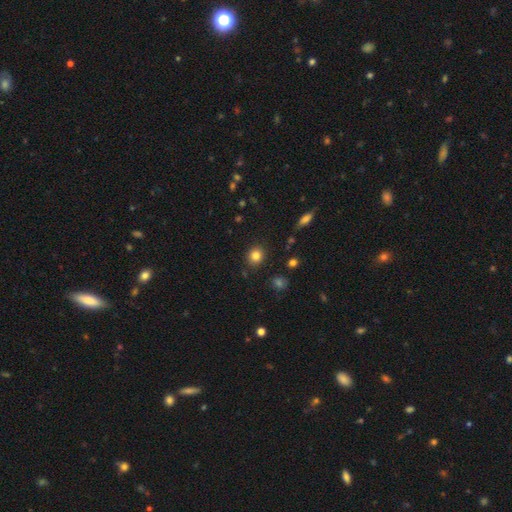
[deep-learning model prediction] Smooth or featured? Predicted: smooth (p=0.83). How rounded? Predicted: round (p=0.80). Merging? Predicted: none (p=0.88).